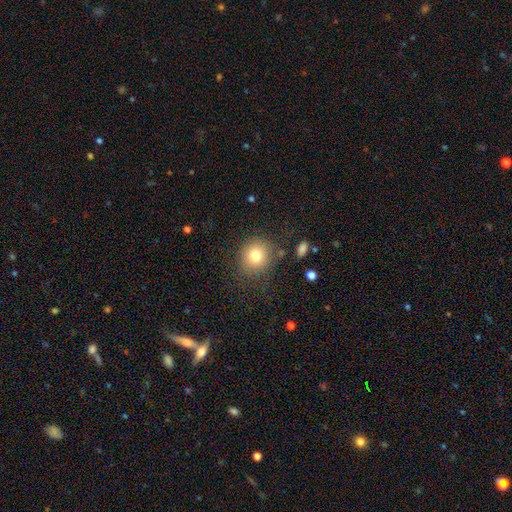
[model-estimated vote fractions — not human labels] A smooth galaxy with no disk features (77%) that is round (84%).

Vote fractions:
- Smooth or featured? smooth: 77% / star or artifact: 11% / featured or disk: 11%
- How rounded? round: 84% / in between: 15% / cigar-shaped: 1%
- Merging? none: 78% / minor disturbance: 13% / major disturbance: 6% / merger: 3%